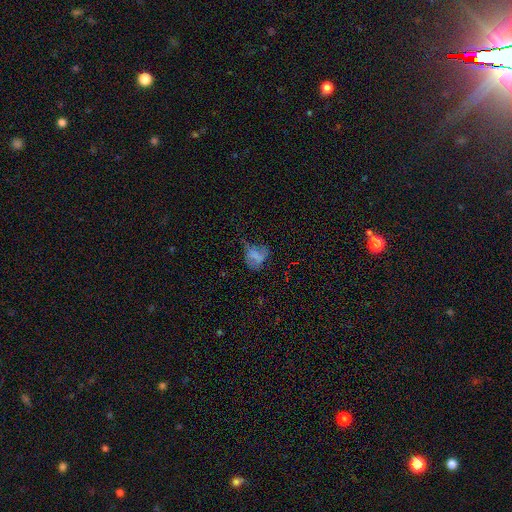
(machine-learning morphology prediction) This is possibly a smooth galaxy (54%). How rounded: possibly in between (59%). Merging: marginally major disturbance (34%).